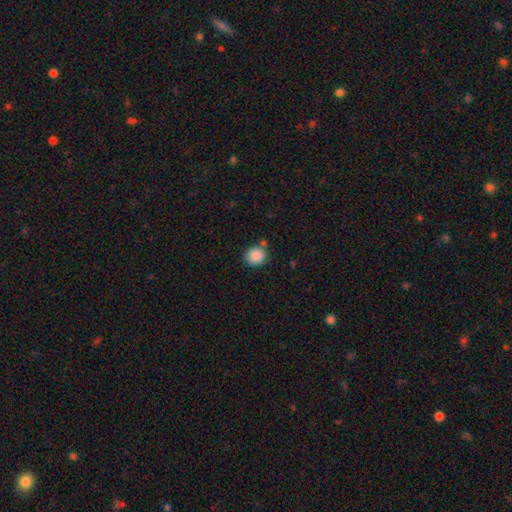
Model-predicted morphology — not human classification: smooth 88%, star or artifact 9%, featured or disk 3%. Down the decision tree: how rounded — round (87%); merging — none (78%).